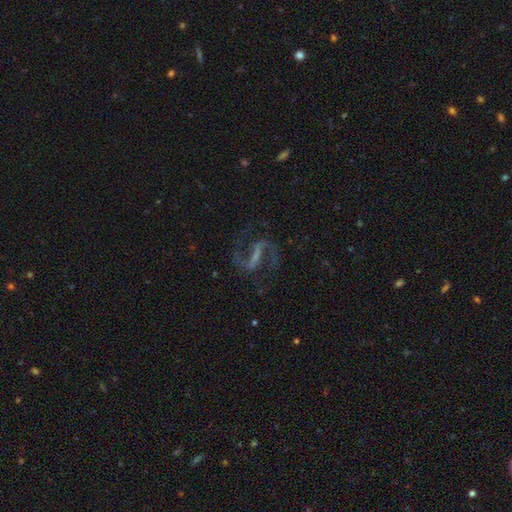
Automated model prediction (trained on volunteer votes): Smooth or featured?
  - featured or disk: 88% *
  - star or artifact: 7%
  - smooth: 5%
Edge-on disk?
  - no: 97% *
  - yes: 3%
Bar?
  - strong: 67% *
  - weak: 26%
  - no: 7%
Spiral arms?
  - yes: 96% *
  - no: 4%
Spiral winding?
  - loose: 47% *
  - medium: 45%
  - tight: 8%
Spiral arm count?
  - 2: 94% *
  - can't tell: 2%
  - 1: 2%
  - 3: 1%
  - 4: 1%
  - more than 4: 1%
Bulge size?
  - none: 55% *
  - small: 28%
  - moderate: 12%
  - large: 3%
  - dominant: 1%
Merging?
  - none: 77% *
  - minor disturbance: 11%
  - major disturbance: 11%
  - merger: 2%